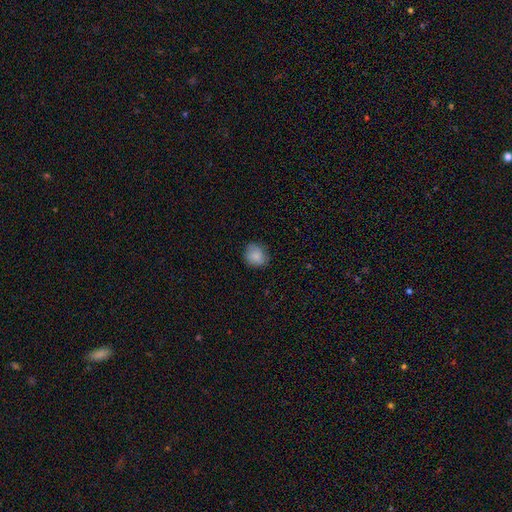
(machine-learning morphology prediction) Smooth or featured? Predicted: smooth (p=0.85). How rounded? Predicted: round (p=0.76). Merging? Predicted: none (p=0.80).